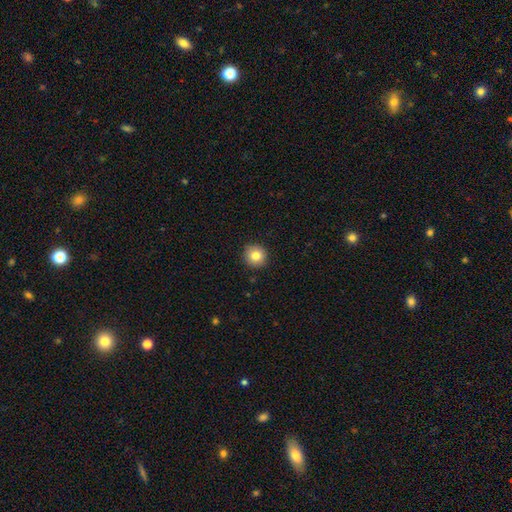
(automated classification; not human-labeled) The model was most divided on "smooth or featured": smooth: 82%, star or artifact: 10%, featured or disk: 8%. More confident: how rounded — round (95%); merging — none (91%).